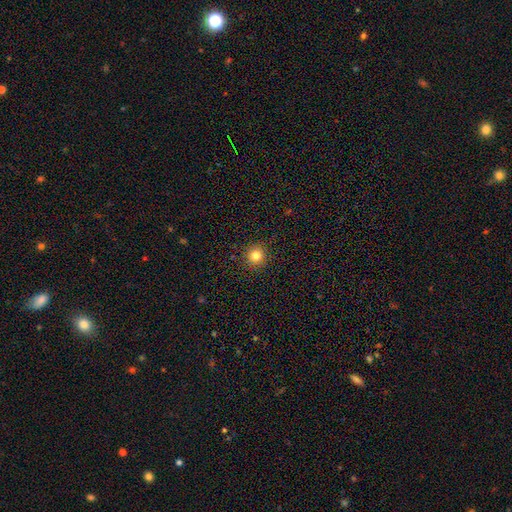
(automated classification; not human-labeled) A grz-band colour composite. It shows a smooth galaxy with no disk features (82%) that is round (94%). Merging: none (92%).